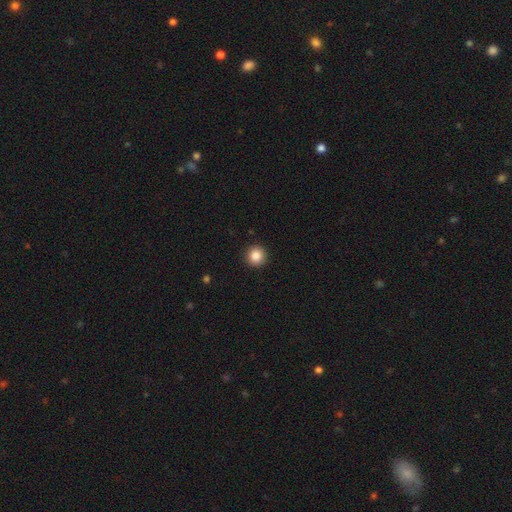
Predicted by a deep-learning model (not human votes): smooth_or_featured: smooth (p=0.86) [alt: star or artifact p=0.09]
how_rounded: round (p=0.95) [alt: in between p=0.04]
merging: none (p=0.93) [alt: minor disturbance p=0.04]